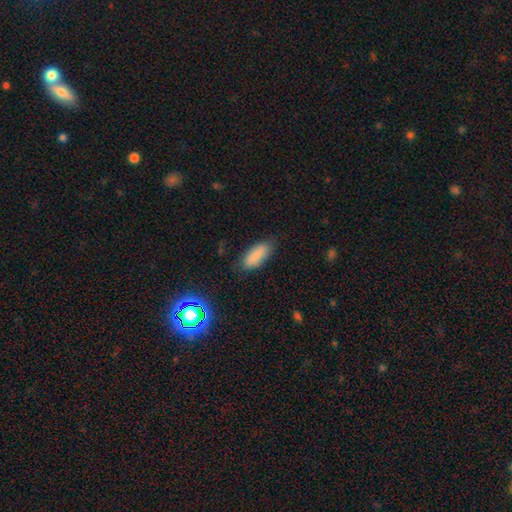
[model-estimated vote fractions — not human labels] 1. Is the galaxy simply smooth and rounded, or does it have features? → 85% smooth, 8% star or artifact, 7% featured or disk.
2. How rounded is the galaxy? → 81% in between, 17% cigar-shaped, 2% round.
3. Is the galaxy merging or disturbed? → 75% none, 19% minor disturbance, 5% major disturbance, 2% merger.